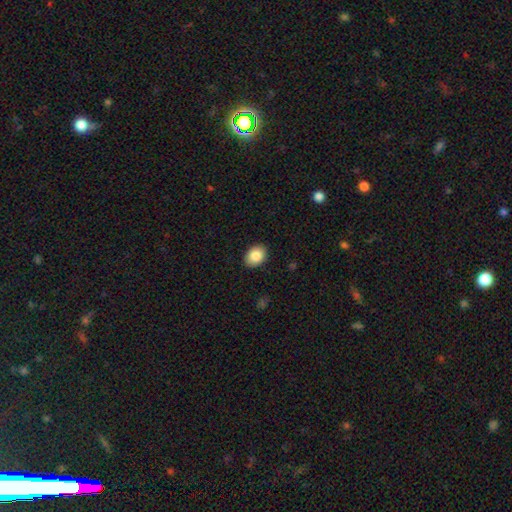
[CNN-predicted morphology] Smooth or featured: smooth — 87% (star or artifact — 7%)
How rounded: in between — 70% (round — 29%)
Merging: none — 89% (minor disturbance — 8%)